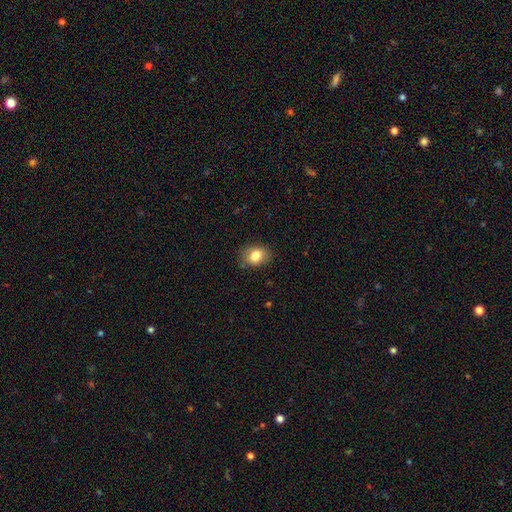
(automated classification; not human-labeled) smooth 82%, featured or disk 9%, star or artifact 9%. Down the decision tree: how rounded — in between (64%); merging — none (79%).